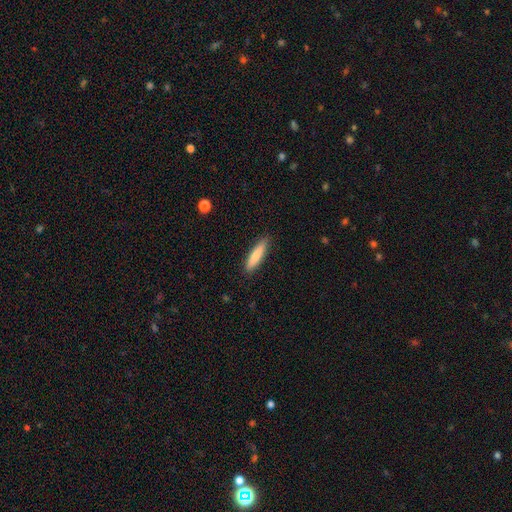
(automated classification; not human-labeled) smooth 83%, featured or disk 12%, star or artifact 6%. Down the decision tree: how rounded — cigar-shaped (79%); merging — none (89%).